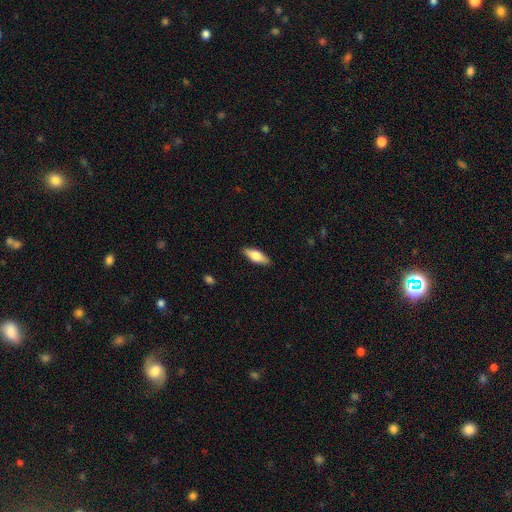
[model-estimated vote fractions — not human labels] This appears to be a smooth galaxy with no disk features (68%) that is in between round and cigar-shaped (67%). Merging: none (88%).